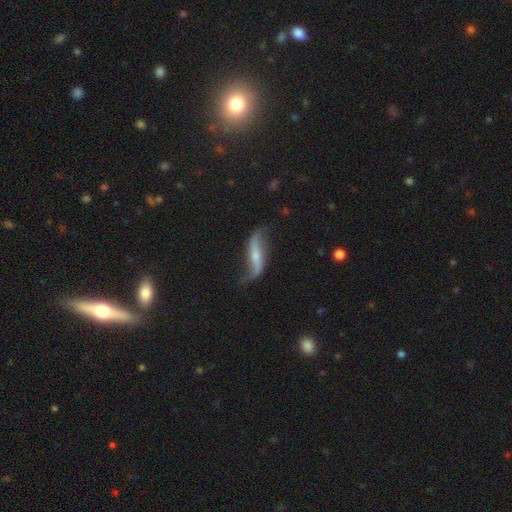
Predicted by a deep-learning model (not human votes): featured or disk 79%, smooth 14%, star or artifact 7%. Down the decision tree: edge-on disk — no (82%); bar — strong (36%); spiral arms — yes (92%); spiral arm count — 2 (90%); spiral winding — loose (93%); bulge size — small (54%); merging — none (61%).